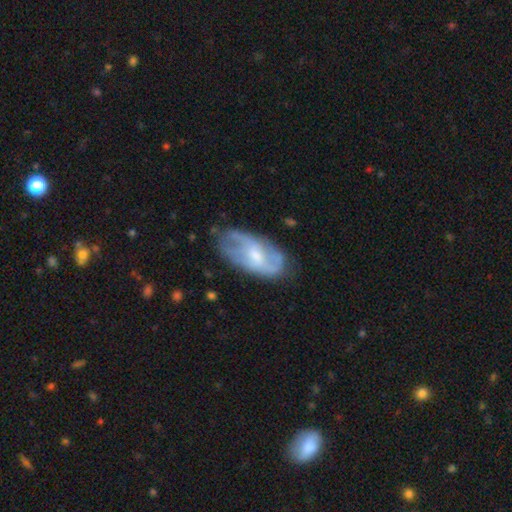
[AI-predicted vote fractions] Overall: featured or disk (65%; smooth 29%). Edge-on disk: no (93%). Bar: no (46%; weak 44%). Spiral arms: yes (76%). Bulge size: moderate (47%; small 41%). Merging: none (62%; minor disturbance 25%).